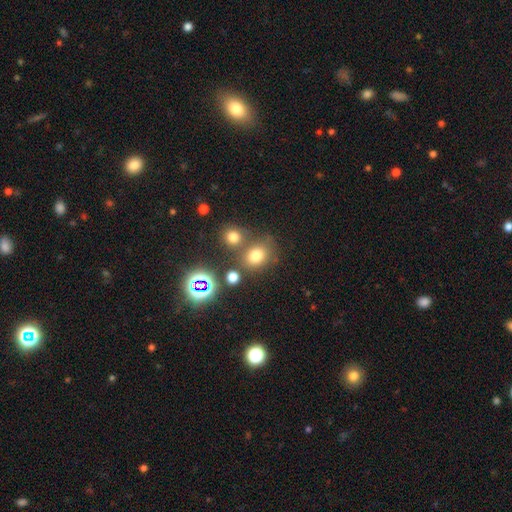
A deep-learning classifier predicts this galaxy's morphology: Overall: smooth (70%). How rounded: round (59%; in between 40%). Merging: none (61%).